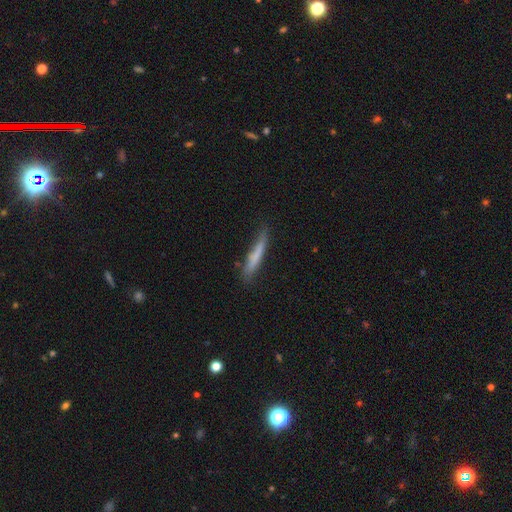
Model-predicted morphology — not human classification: smooth-or-featured: smooth: 70% | featured or disk: 24% | star or artifact: 6%
  how-rounded: cigar-shaped: 94% | in between: 4% | round: 1%
  merging: none: 73% | minor disturbance: 20% | major disturbance: 4% | merger: 2%